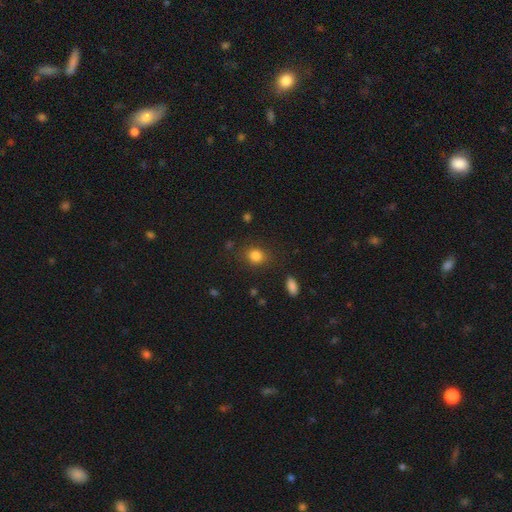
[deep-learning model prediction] A smooth galaxy with no disk features (84%) that is round (64%).

Vote fractions:
- Smooth or featured? smooth: 84% / star or artifact: 11% / featured or disk: 5%
- How rounded? round: 64% / in between: 35% / cigar-shaped: 1%
- Merging? none: 82% / minor disturbance: 12% / major disturbance: 4% / merger: 2%